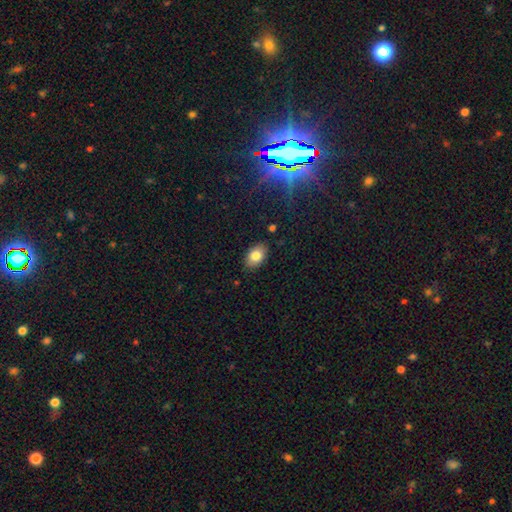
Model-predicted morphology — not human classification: Smooth or featured: smooth — 81% (featured or disk — 11%)
How rounded: in between — 87% (round — 11%)
Merging: none — 86% (minor disturbance — 10%)